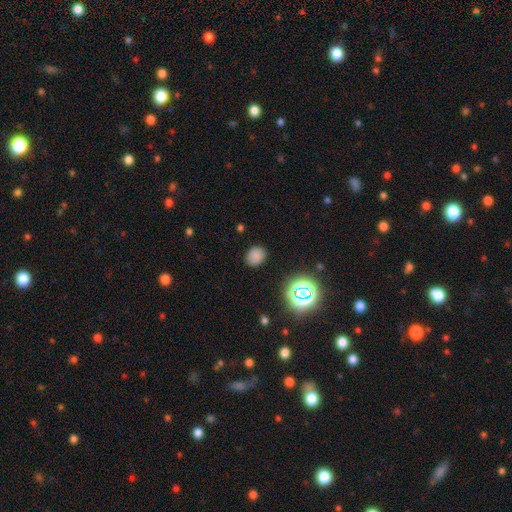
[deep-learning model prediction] Smooth or featured: smooth — 77% (star or artifact — 18%)
How rounded: round — 61% (in between — 38%)
Merging: none — 85% (minor disturbance — 10%)